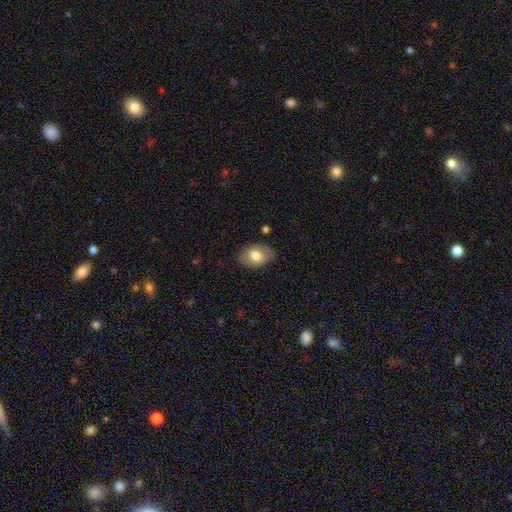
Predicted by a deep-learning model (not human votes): smooth_or_featured: smooth (p=0.71) [alt: featured or disk p=0.23]
how_rounded: in between (p=0.84) [alt: round p=0.15]
merging: none (p=0.84) [alt: minor disturbance p=0.12]